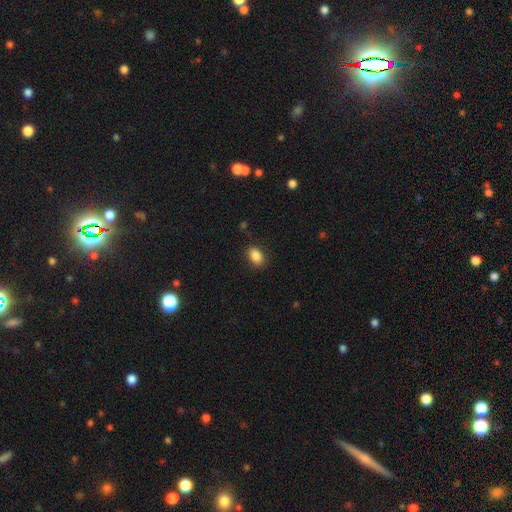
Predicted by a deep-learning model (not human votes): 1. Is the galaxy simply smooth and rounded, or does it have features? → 87% smooth, 9% star or artifact, 4% featured or disk.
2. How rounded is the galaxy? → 81% in between, 18% round, 1% cigar-shaped.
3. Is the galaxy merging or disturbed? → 85% none, 11% minor disturbance, 3% major disturbance, 1% merger.